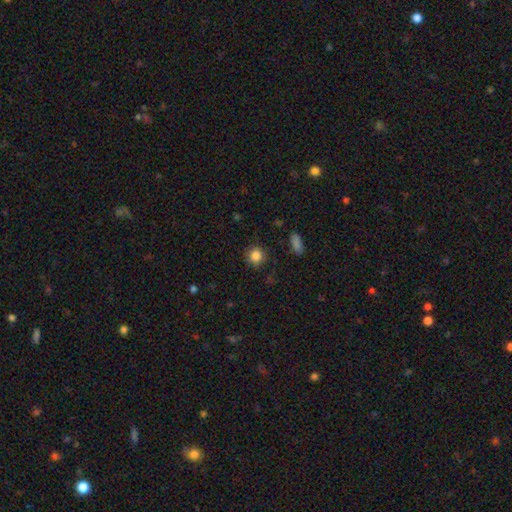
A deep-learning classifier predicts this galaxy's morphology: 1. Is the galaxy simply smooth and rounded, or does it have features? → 86% smooth, 10% star or artifact, 4% featured or disk.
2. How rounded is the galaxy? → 86% round, 13% in between, 1% cigar-shaped.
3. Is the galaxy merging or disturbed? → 84% none, 12% minor disturbance, 3% major disturbance, 1% merger.